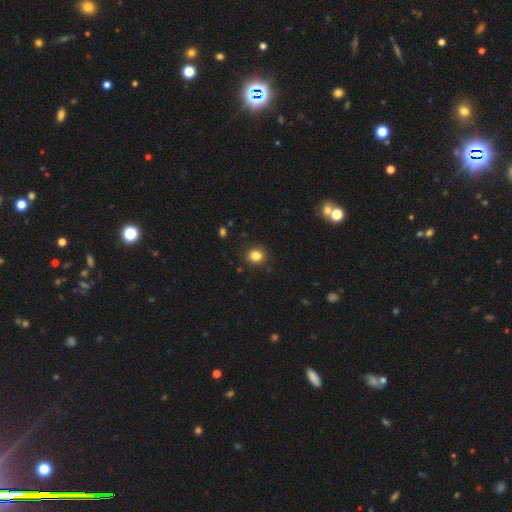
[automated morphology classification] A smooth galaxy with no disk features (83%) that is round (77%). Merging: none (90%).